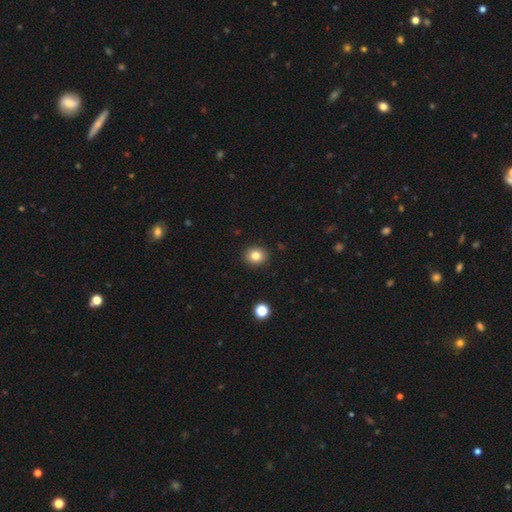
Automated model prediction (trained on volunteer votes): Overall: smooth (82%). How rounded: round (68%; in between 32%). Merging: none (90%).